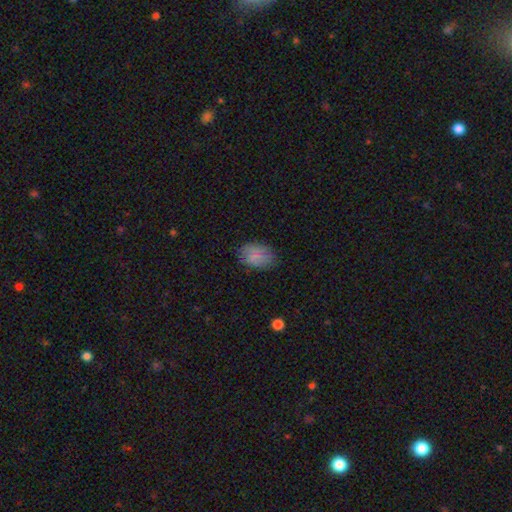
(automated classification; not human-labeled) smooth 76%, featured or disk 14%, star or artifact 10%. Down the decision tree: how rounded — in between (83%); merging — none (73%).